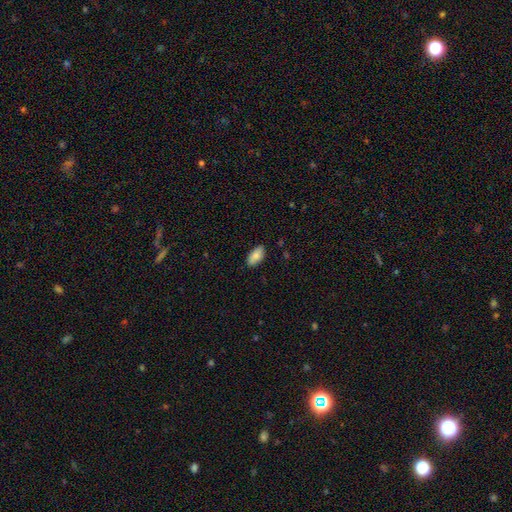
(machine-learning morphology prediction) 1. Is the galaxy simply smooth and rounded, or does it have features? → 85% smooth, 8% featured or disk, 7% star or artifact.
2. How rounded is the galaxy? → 94% in between, 4% cigar-shaped, 2% round.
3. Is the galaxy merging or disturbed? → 85% none, 11% minor disturbance, 2% major disturbance, 1% merger.